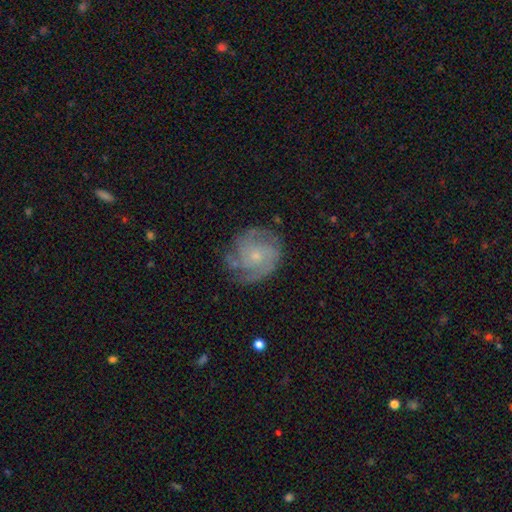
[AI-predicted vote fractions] A featured or disk galaxy (78%) with no bar (77%), 2 (29%) tight (52%) spiral arms (92%) and a small central bulge (71%). Merging: none (71%).